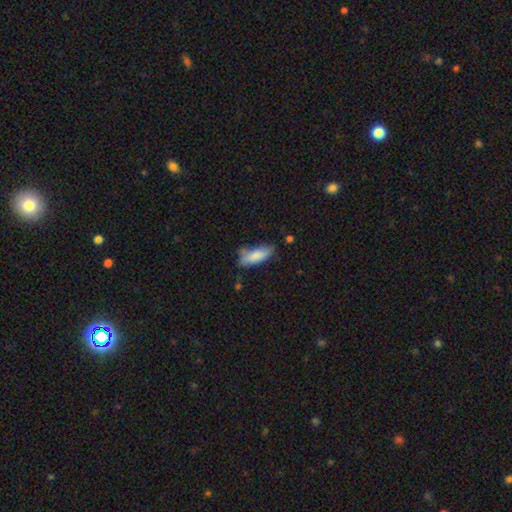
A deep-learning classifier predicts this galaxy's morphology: Overall: smooth (81%). How rounded: in between (64%; cigar-shaped 34%). Merging: none (57%; minor disturbance 28%).